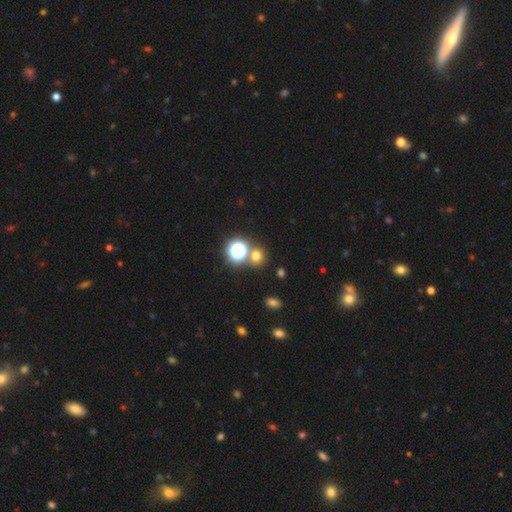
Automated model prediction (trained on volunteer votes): Q: Smooth or featured?
A: smooth (65%); runner-up: star or artifact (28%)
Q: How rounded?
A: round (84%); runner-up: in between (15%)
Q: Merging?
A: none (74%); runner-up: merger (15%)